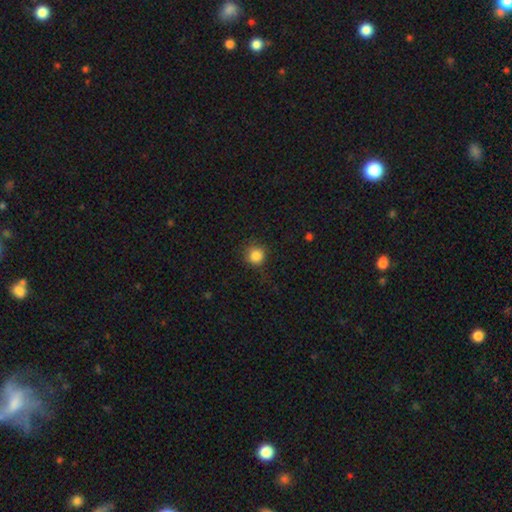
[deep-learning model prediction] This is clearly a smooth galaxy (86%). How rounded: clearly round (92%). Merging: clearly none (81%).